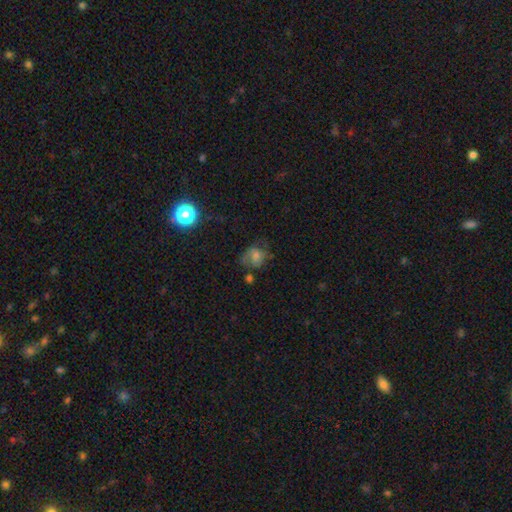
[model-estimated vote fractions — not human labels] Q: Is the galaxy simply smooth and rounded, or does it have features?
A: smooth — 52%.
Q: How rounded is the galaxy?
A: round — 60%.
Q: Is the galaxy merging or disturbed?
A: none — 48%.